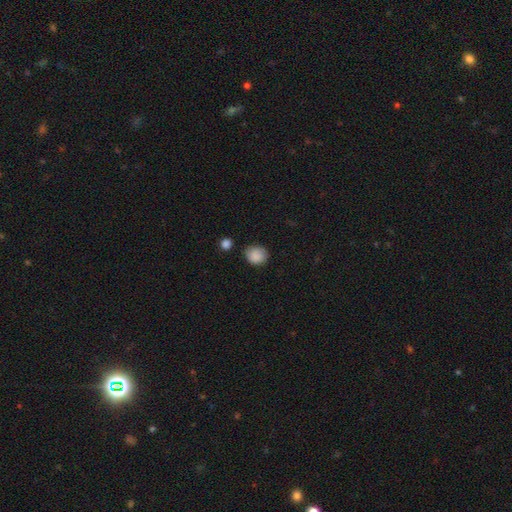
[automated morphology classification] smooth 88%, star or artifact 8%, featured or disk 4%. Down the decision tree: how rounded — round (73%); merging — none (77%).